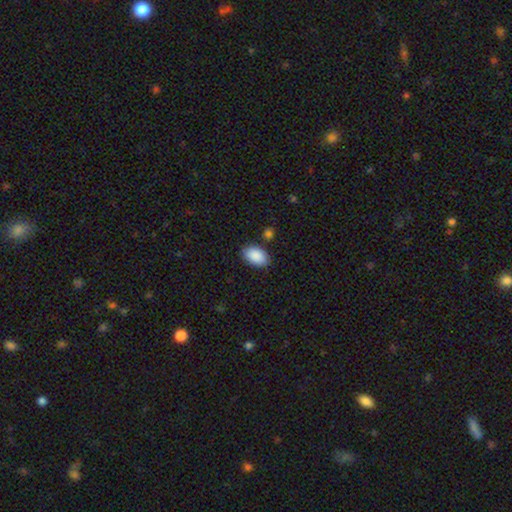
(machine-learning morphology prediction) This appears to be a smooth galaxy with no disk features (90%) that is in between round and cigar-shaped (93%). Merging: none (84%).